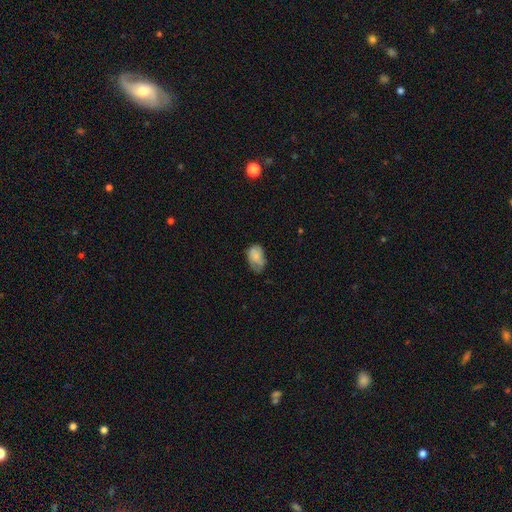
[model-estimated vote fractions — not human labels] A smooth galaxy with no disk features (72%) that is in between round and cigar-shaped (89%).

Vote fractions:
- Smooth or featured? smooth: 72% / featured or disk: 19% / star or artifact: 8%
- How rounded? in between: 89% / round: 10% / cigar-shaped: 1%
- Merging? none: 45% / minor disturbance: 38% / major disturbance: 15% / merger: 2%